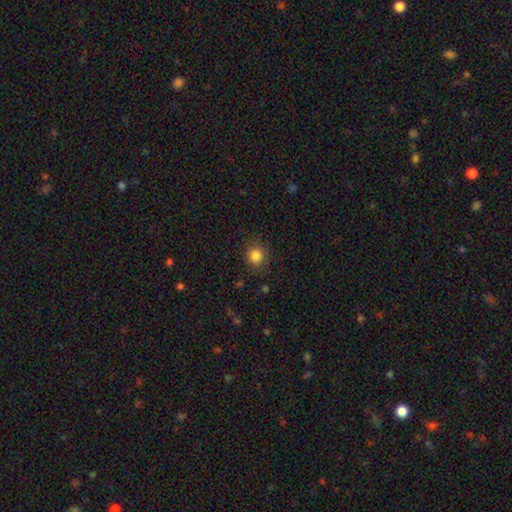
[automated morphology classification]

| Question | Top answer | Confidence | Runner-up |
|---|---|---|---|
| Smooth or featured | smooth | 84% | star or artifact (11%) |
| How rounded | round | 90% | in between (9%) |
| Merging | none | 87% | minor disturbance (8%) |